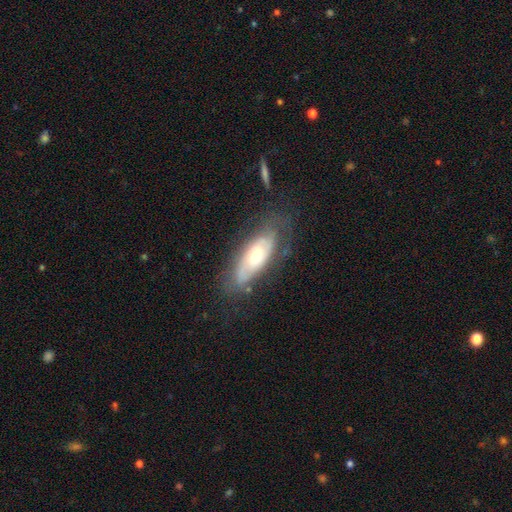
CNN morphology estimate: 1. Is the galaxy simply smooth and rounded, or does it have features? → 61% featured or disk, 32% smooth, 7% star or artifact.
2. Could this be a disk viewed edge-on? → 81% no, 19% yes.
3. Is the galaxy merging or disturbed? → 61% none, 25% minor disturbance, 11% major disturbance, 3% merger.